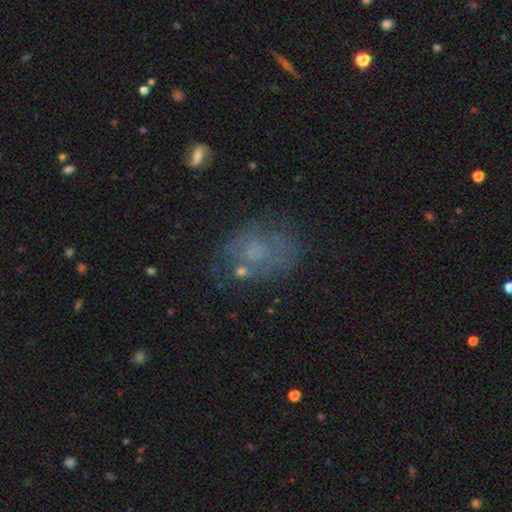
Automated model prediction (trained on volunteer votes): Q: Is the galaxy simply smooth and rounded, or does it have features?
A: smooth — 47%.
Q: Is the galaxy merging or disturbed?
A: none — 58%.